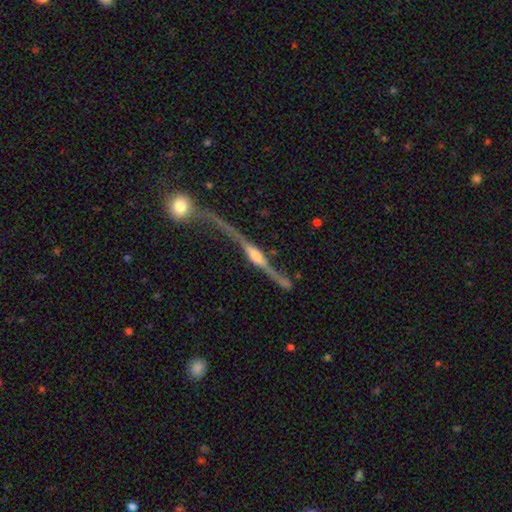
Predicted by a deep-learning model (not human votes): Morphology: type=featured or disk (82%); edge-on=yes (80%); edge-on bulge=rounded (77%); merging=none (43%).